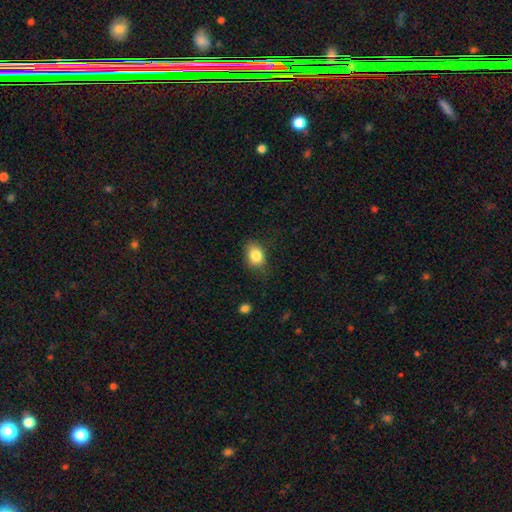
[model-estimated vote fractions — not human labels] Smooth or featured: smooth — 84% (star or artifact — 9%)
How rounded: in between — 69% (round — 29%)
Merging: none — 75% (minor disturbance — 19%)